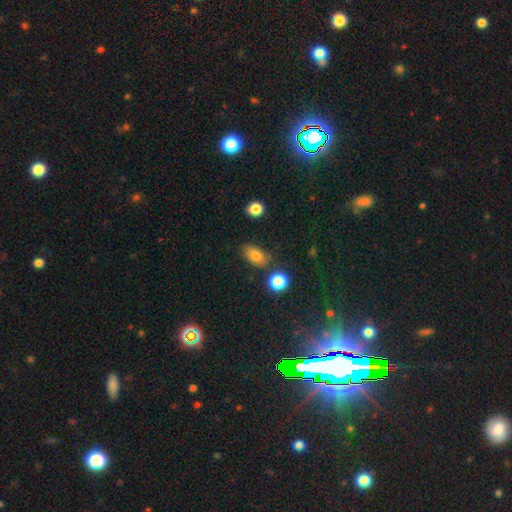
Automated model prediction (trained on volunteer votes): This appears to be a smooth galaxy with no disk features (81%) that is in between round and cigar-shaped (84%). Merging: none (74%).